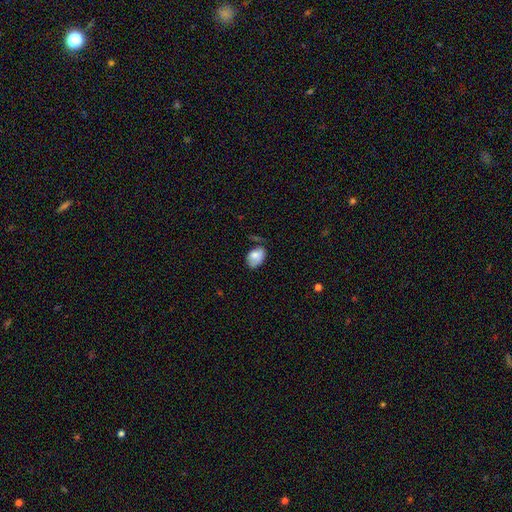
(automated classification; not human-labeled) smooth 77%, featured or disk 15%, star or artifact 7%. Down the decision tree: how rounded — in between (85%); merging — none (46%).